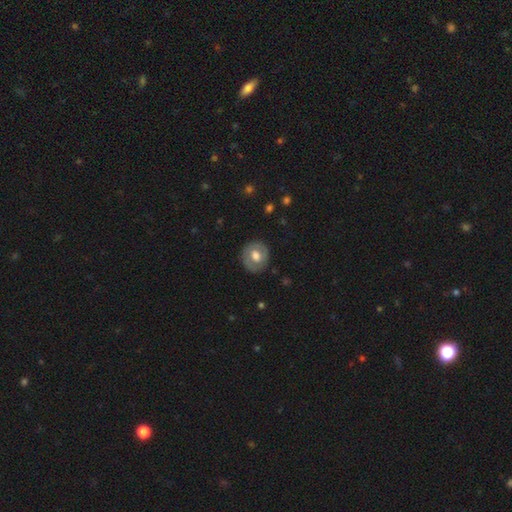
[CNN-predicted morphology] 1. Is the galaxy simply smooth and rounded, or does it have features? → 53% smooth, 40% featured or disk, 6% star or artifact.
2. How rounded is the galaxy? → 78% round, 21% in between, 1% cigar-shaped.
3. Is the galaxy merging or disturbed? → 85% none, 11% minor disturbance, 3% major disturbance, 1% merger.